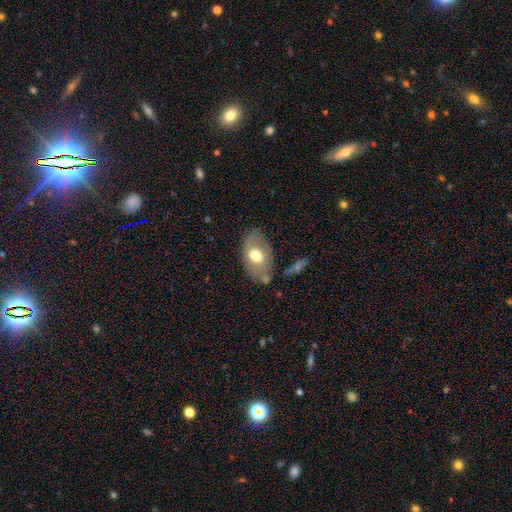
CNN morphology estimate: smooth-or-featured: smooth: 55% | featured or disk: 38% | star or artifact: 7%
  how-rounded: in between: 88% | round: 10% | cigar-shaped: 2%
  merging: none: 64% | minor disturbance: 21% | merger: 8% | major disturbance: 7%